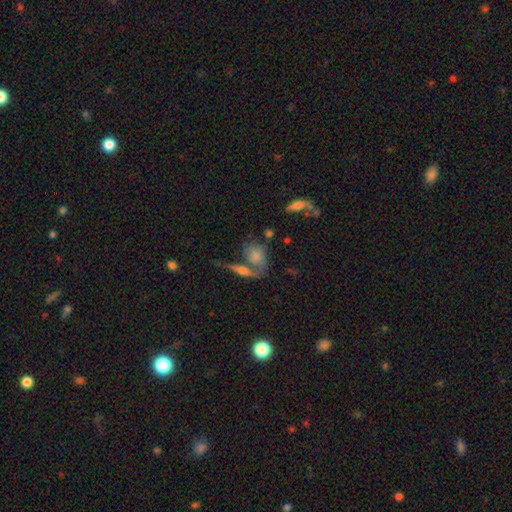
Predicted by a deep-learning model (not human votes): Smooth or featured?
  - smooth: 58% *
  - featured or disk: 32%
  - star or artifact: 10%
How rounded?
  - in between: 64% *
  - round: 30%
  - cigar-shaped: 6%
Merging?
  - merger: 41% *
  - none: 32%
  - minor disturbance: 15%
  - major disturbance: 12%